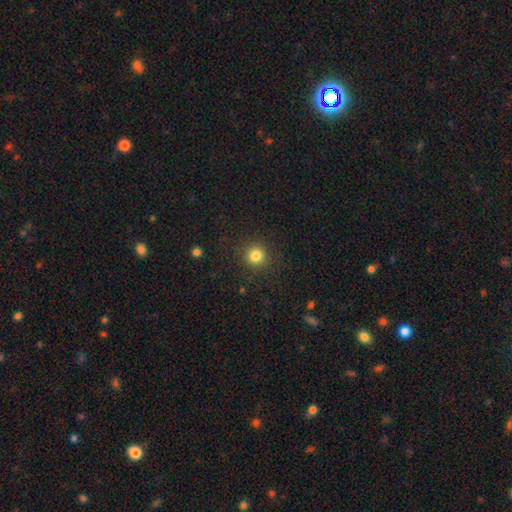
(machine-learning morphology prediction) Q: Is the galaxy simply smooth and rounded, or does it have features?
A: smooth — 83%.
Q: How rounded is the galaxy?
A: round — 93%.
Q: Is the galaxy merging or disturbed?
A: none — 90%.